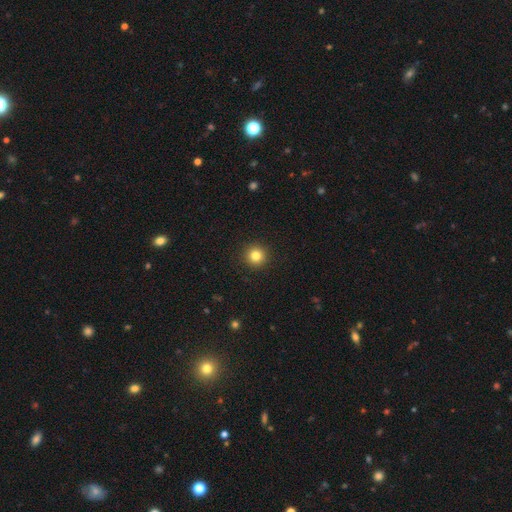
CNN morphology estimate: smooth_or_featured: smooth (p=0.82) [alt: star or artifact p=0.12]
how_rounded: round (p=0.95) [alt: in between p=0.04]
merging: none (p=0.93) [alt: minor disturbance p=0.04]